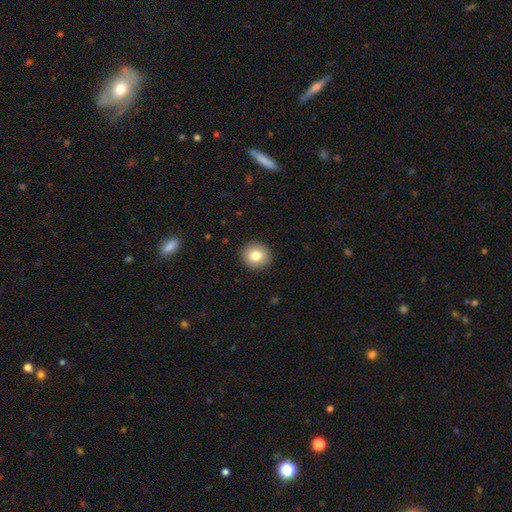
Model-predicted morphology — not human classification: Smooth or featured? smooth (81%)
How rounded? round (88%)
Merging? none (91%)